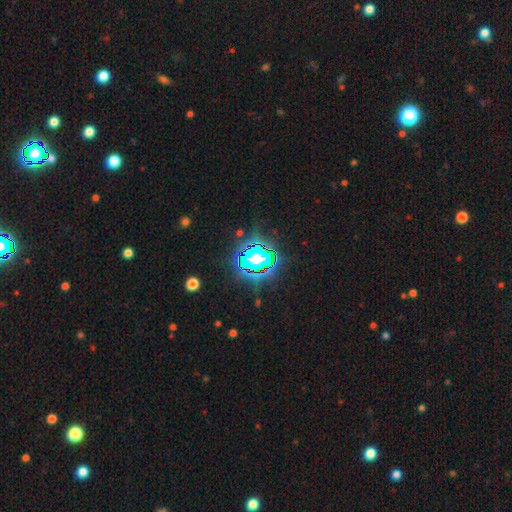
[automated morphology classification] Smooth or featured? star or artifact (81%)